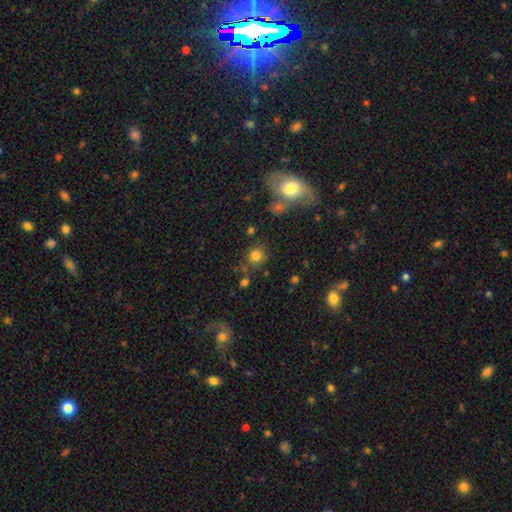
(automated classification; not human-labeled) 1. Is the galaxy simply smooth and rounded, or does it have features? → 78% smooth, 14% star or artifact, 8% featured or disk.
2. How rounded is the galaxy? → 84% round, 15% in between, 1% cigar-shaped.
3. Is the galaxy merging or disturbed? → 75% none, 11% minor disturbance, 9% merger, 4% major disturbance.